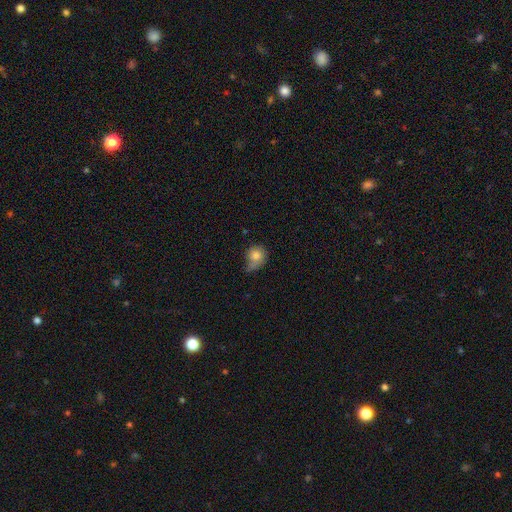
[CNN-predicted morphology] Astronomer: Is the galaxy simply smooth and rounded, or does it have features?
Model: smooth — 80%.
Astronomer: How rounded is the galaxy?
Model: round — 72%.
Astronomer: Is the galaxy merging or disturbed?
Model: minor disturbance — 37%, tied with none at 37%.